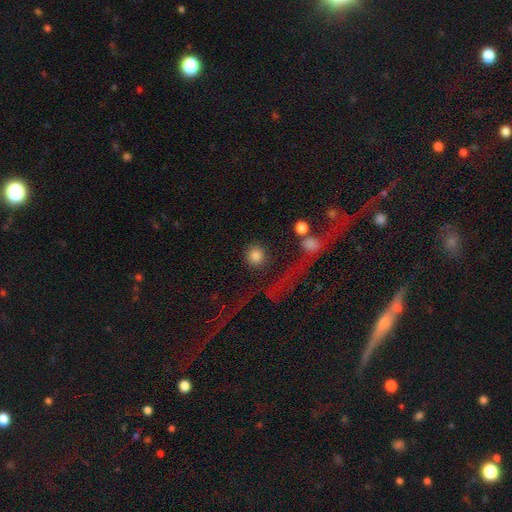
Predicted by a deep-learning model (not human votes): Smooth or featured: smooth — 84% (star or artifact — 10%)
How rounded: round — 92% (in between — 6%)
Merging: none — 80% (minor disturbance — 8%)